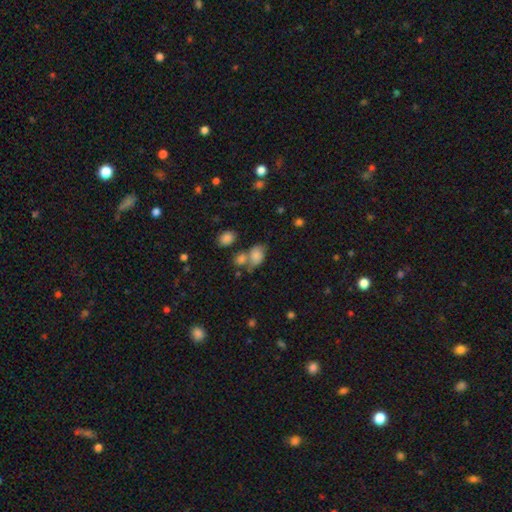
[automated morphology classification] A smooth galaxy with no disk features (74%) that is in between round and cigar-shaped (75%).

Vote fractions:
- Smooth or featured? smooth: 74% / featured or disk: 16% / star or artifact: 10%
- How rounded? in between: 75% / round: 24% / cigar-shaped: 2%
- Merging? none: 38% / merger: 33% / minor disturbance: 20% / major disturbance: 10%